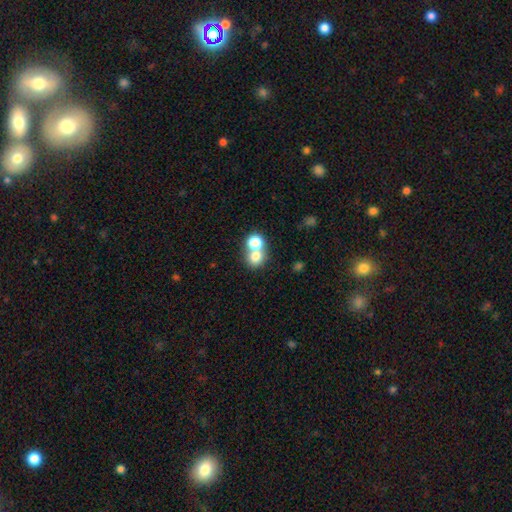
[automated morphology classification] Overall: smooth (74%). How rounded: round (78%). Merging: merger (53%; none 38%).